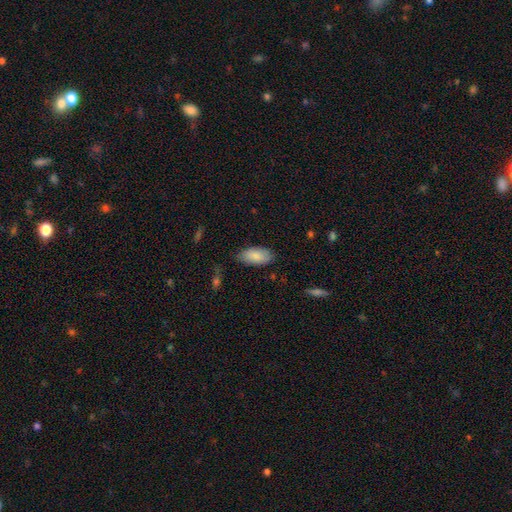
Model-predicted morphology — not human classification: type=smooth (86%); roundness=in between (93%); merging=none (77%).